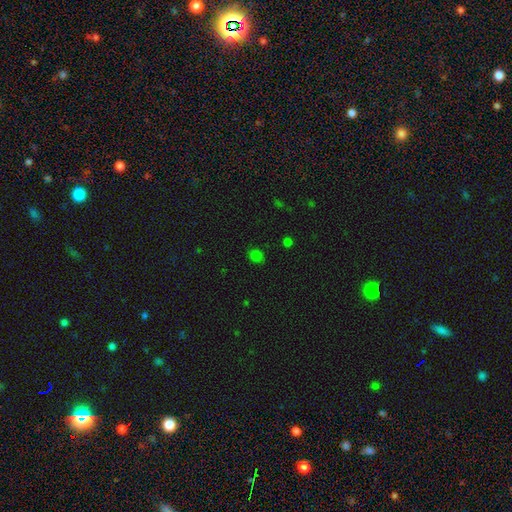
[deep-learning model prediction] smooth 72%, star or artifact 24%, featured or disk 4%. Down the decision tree: how rounded — round (60%); merging — none (82%).